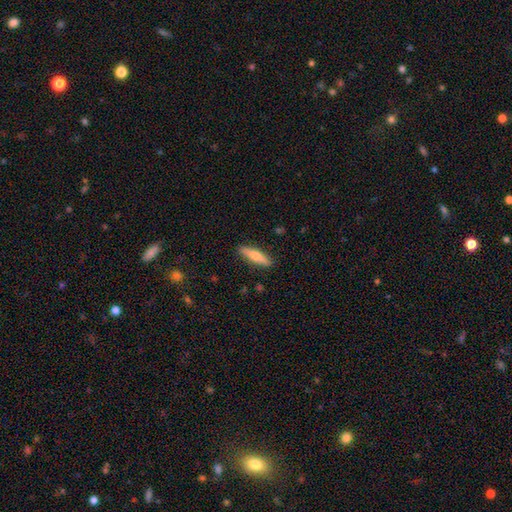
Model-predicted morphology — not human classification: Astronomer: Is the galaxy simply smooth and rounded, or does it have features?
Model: smooth — 60% (runner-up: featured or disk, 35%).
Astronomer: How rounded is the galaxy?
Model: cigar-shaped — 73%.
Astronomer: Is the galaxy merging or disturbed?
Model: none — 89%.